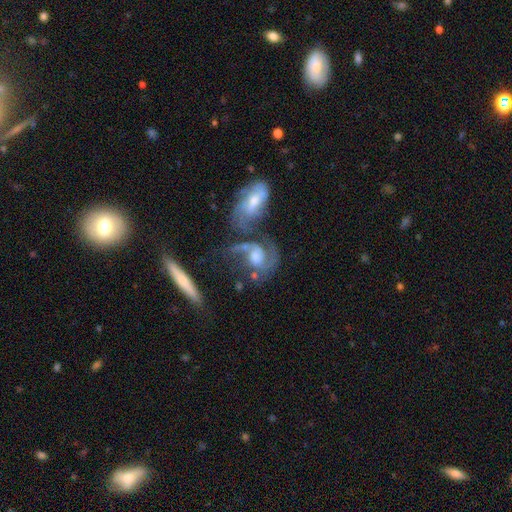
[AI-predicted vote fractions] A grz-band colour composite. It shows a featured or disk galaxy (80%) with no bar (55%), 2 (76%) medium (50%) spiral arms (92%) and a moderate central bulge (47%). Merging: merger (38%).